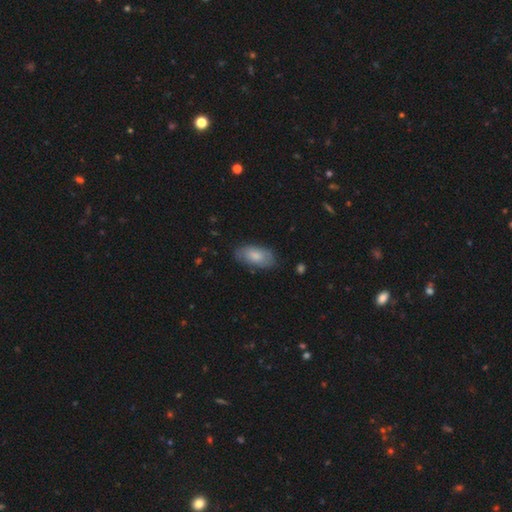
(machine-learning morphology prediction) The model was most divided on "smooth or featured": smooth: 72%, featured or disk: 22%, star or artifact: 6%. More confident: how rounded — in between (93%); merging — none (76%).